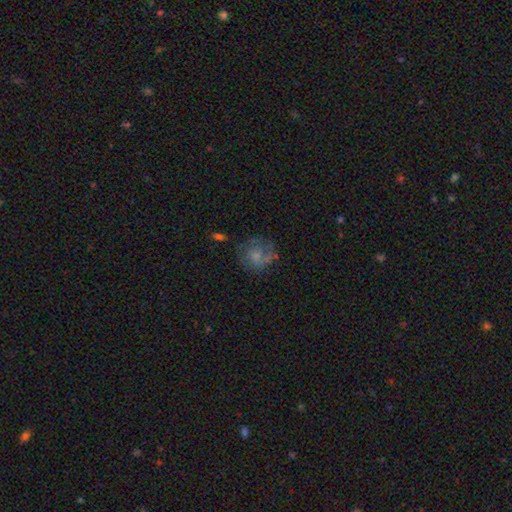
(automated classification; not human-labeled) Smooth or featured: smooth — 55% (featured or disk — 34%)
How rounded: round — 79% (in between — 20%)
Merging: none — 54% (minor disturbance — 23%)